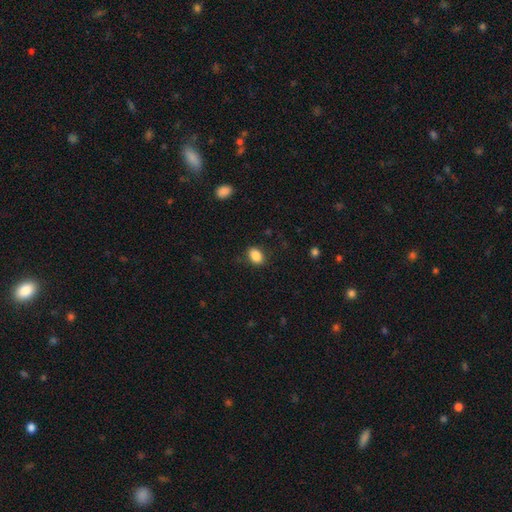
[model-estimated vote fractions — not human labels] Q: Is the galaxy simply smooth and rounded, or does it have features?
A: smooth — 87%.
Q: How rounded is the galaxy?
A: in between — 79%.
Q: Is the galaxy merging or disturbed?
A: none — 84%.